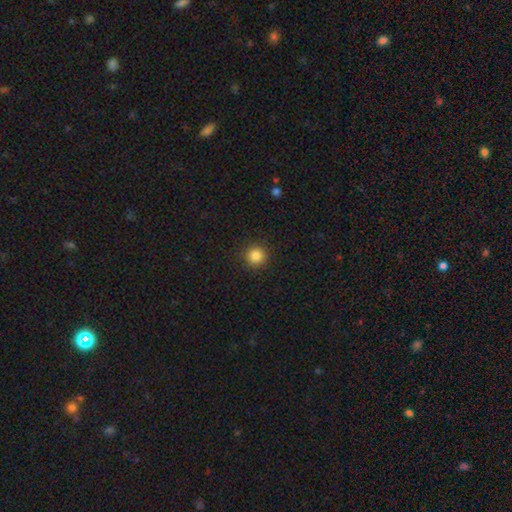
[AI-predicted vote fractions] smooth 85%, star or artifact 12%, featured or disk 4%. Down the decision tree: how rounded — round (95%); merging — none (92%).